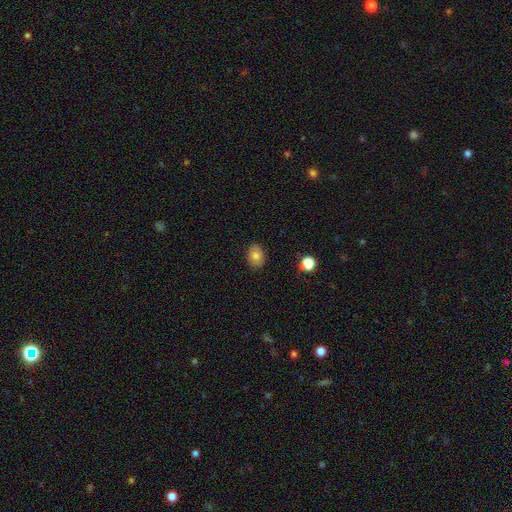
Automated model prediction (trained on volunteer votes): A smooth galaxy with no disk features (77%) that is in between round and cigar-shaped (69%). Merging: none (87%).